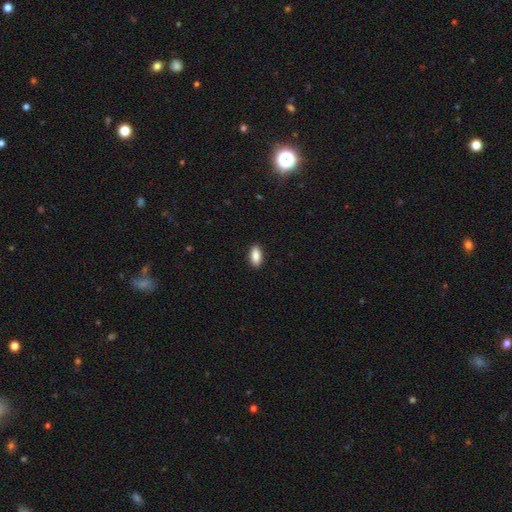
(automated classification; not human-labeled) A smooth galaxy with no disk features (89%) that is in between round and cigar-shaped (88%).

Vote fractions:
- Smooth or featured? smooth: 89% / star or artifact: 7% / featured or disk: 4%
- How rounded? in between: 88% / cigar-shaped: 9% / round: 3%
- Merging? none: 90% / minor disturbance: 8% / major disturbance: 2% / merger: 1%